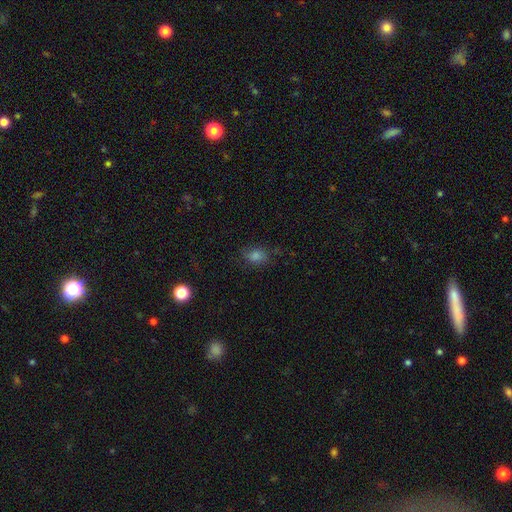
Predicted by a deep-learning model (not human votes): Morphology: type=smooth (72%); roundness=in between (55%); merging=none (73%).